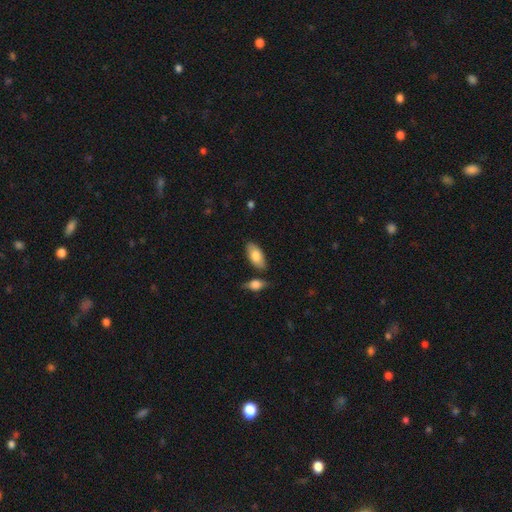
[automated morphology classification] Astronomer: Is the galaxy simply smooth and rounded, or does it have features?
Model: smooth — 79%.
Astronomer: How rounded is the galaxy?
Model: in between — 91%.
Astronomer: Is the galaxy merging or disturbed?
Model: none — 77%.